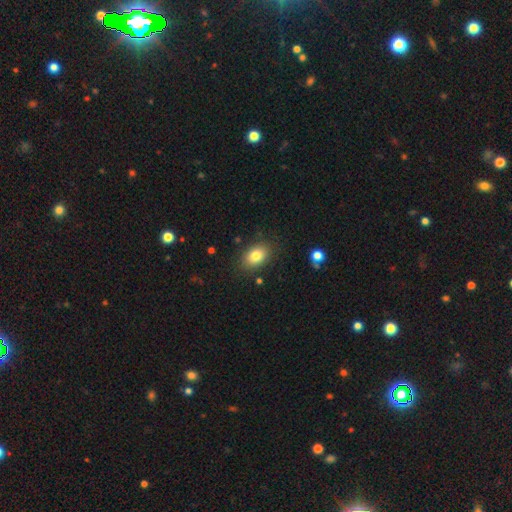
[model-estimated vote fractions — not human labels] Smooth or featured: smooth — 81% (featured or disk — 10%)
How rounded: in between — 82% (round — 17%)
Merging: none — 84% (minor disturbance — 11%)